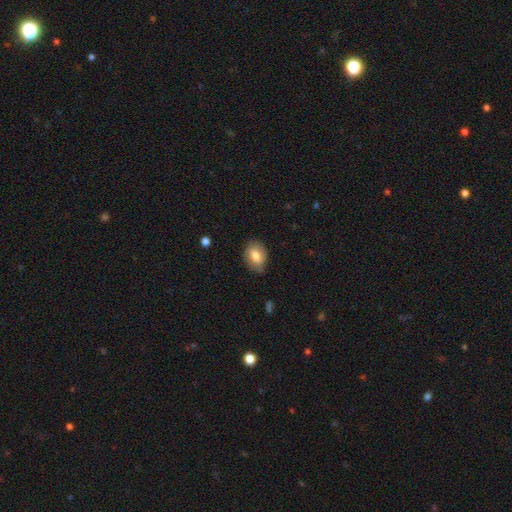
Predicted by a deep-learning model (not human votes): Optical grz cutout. It shows a smooth galaxy with no disk features (73%) that is in between round and cigar-shaped (76%). Merging: none (74%).